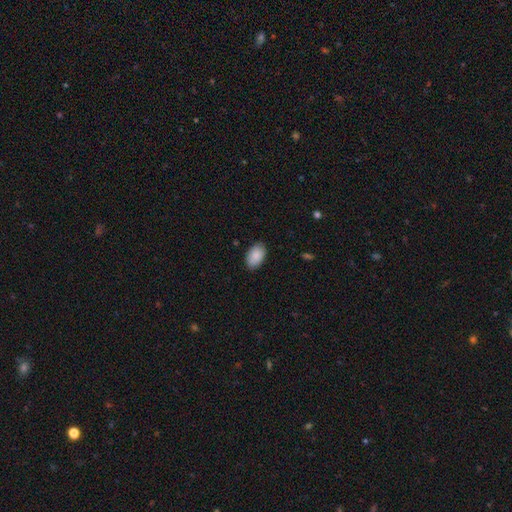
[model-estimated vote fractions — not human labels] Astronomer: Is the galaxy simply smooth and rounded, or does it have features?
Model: smooth — 89%.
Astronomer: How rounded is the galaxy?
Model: in between — 93%.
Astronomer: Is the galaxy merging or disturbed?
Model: none — 86%.